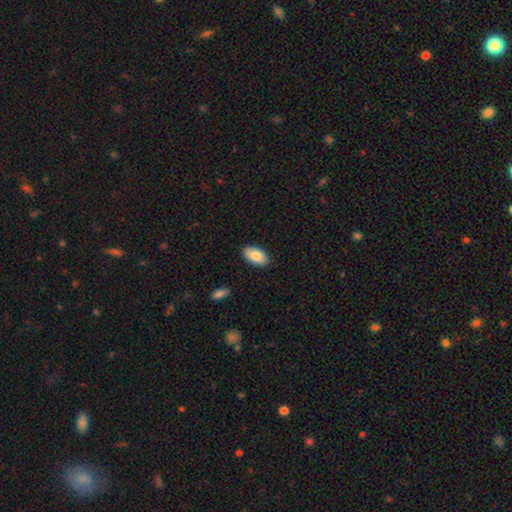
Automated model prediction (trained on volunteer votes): Smooth or featured: smooth — 85% (featured or disk — 9%)
How rounded: in between — 95% (round — 3%)
Merging: none — 88% (minor disturbance — 9%)